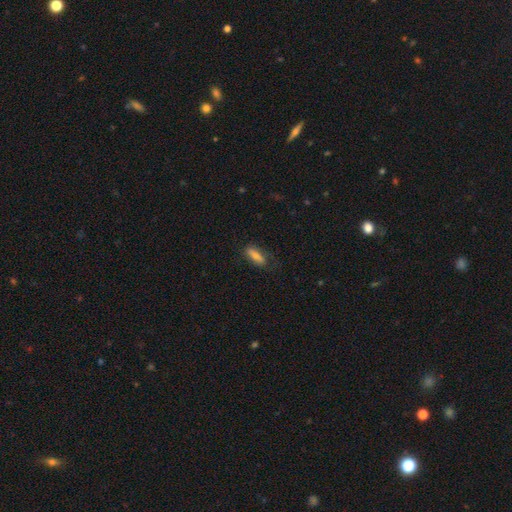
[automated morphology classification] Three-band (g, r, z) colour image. It shows a smooth galaxy with no disk features (70%) that is in between round and cigar-shaped (57%). Merging: none (67%).